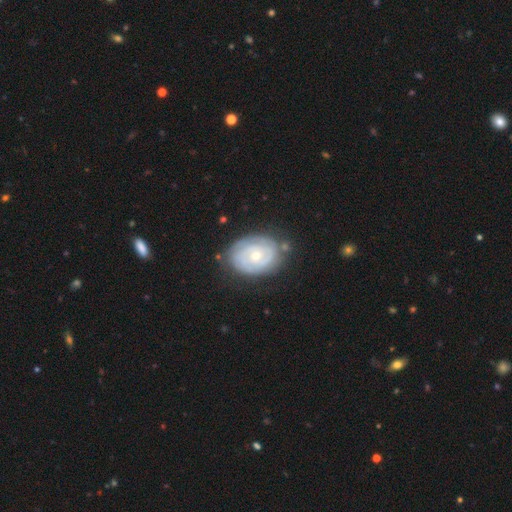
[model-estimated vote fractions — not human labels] This is clearly a featured or disk galaxy (80%). It is clearly not viewed edge-on (97%). Bar: likely no (74%). Spiral arm pattern: clearly yes (92%). Spiral arm count: marginally 2 (37%). Spiral winding: likely tight (80%). Central bulge: possibly small (54%). Merging: likely none (75%).